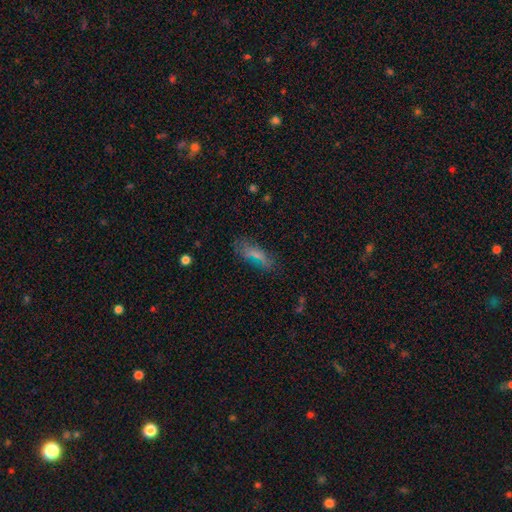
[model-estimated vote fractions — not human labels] A smooth galaxy with no disk features (62%) that is in between round and cigar-shaped (60%). Merging: none (55%).